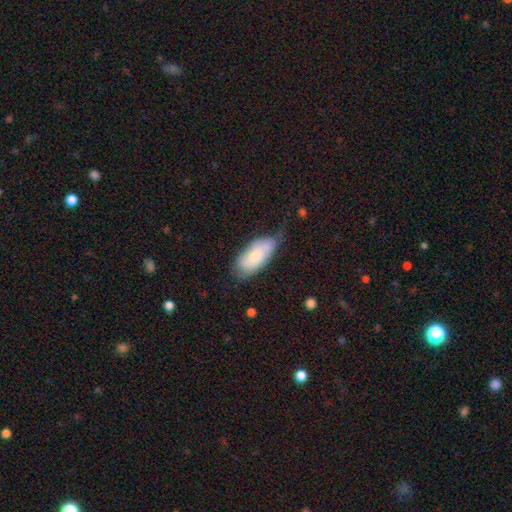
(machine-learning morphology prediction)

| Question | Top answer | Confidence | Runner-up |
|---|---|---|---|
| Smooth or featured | smooth | 67% | featured or disk (27%) |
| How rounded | in between | 88% | cigar-shaped (10%) |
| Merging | none | 55% | minor disturbance (33%) |